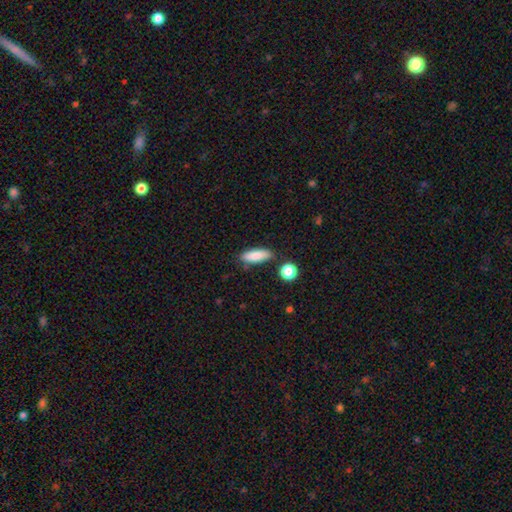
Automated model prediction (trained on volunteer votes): A smooth galaxy with no disk features (84%) that is in between round and cigar-shaped (64%). Merging: none (78%).